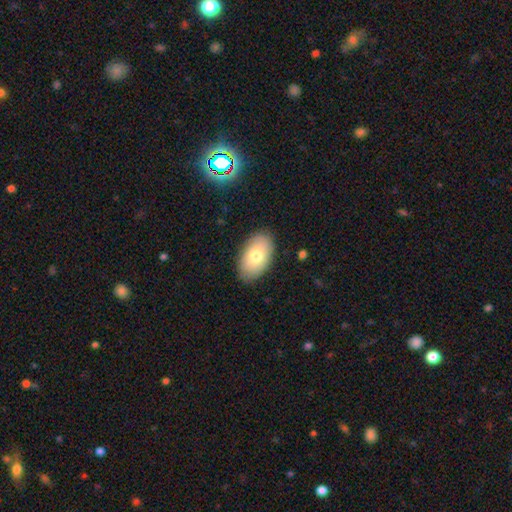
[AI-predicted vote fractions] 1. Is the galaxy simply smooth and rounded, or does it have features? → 75% smooth, 18% featured or disk, 7% star or artifact.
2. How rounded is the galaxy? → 93% in between, 6% round, 1% cigar-shaped.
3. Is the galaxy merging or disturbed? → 86% none, 11% minor disturbance, 3% major disturbance, 1% merger.